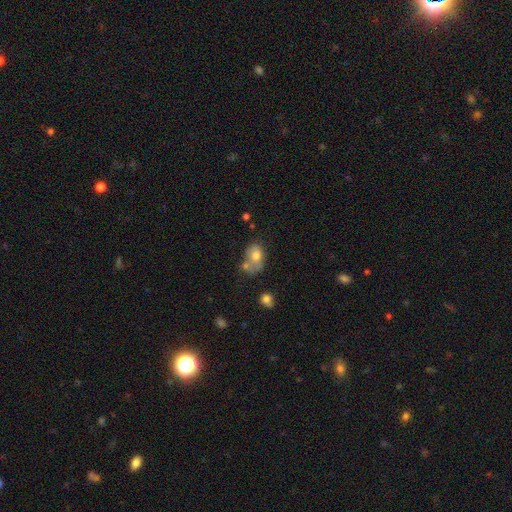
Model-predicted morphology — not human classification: smooth-or-featured: smooth: 72% | featured or disk: 19% | star or artifact: 9%
  how-rounded: in between: 69% | round: 30% | cigar-shaped: 1%
  merging: merger: 34% | none: 33% | minor disturbance: 21% | major disturbance: 12%